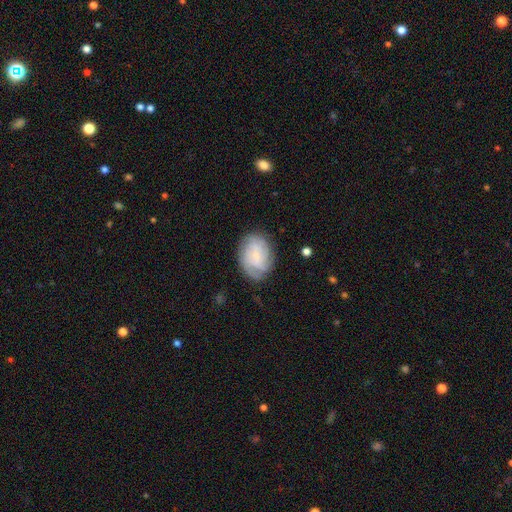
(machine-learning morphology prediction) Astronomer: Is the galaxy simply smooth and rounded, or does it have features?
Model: featured or disk — 63%.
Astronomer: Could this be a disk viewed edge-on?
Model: no — 97%.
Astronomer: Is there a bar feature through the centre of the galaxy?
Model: no — 65%.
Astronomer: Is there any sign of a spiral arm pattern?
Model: yes — 93%.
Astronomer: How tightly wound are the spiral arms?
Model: tight — 57% (runner-up: medium, 32%).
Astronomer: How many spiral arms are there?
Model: can't tell — 37% (runner-up: 3, 23%).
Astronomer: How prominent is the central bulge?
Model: small — 62%.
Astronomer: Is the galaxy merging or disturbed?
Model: none — 74%.